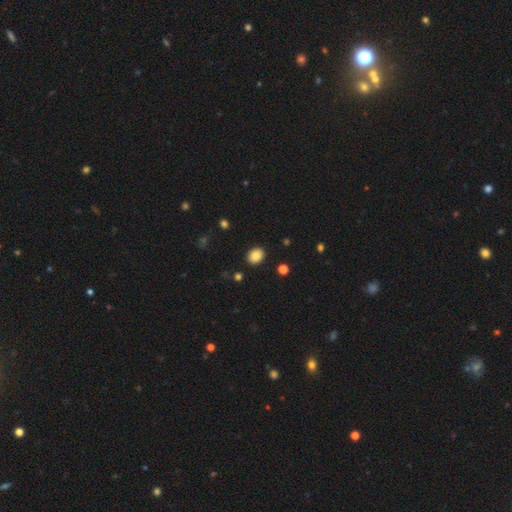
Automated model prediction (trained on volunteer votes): Smooth or featured?
  - smooth: 87% *
  - star or artifact: 9%
  - featured or disk: 4%
How rounded?
  - in between: 53% *
  - round: 47%
  - cigar-shaped: 1%
Merging?
  - none: 90% *
  - minor disturbance: 7%
  - major disturbance: 2%
  - merger: 1%